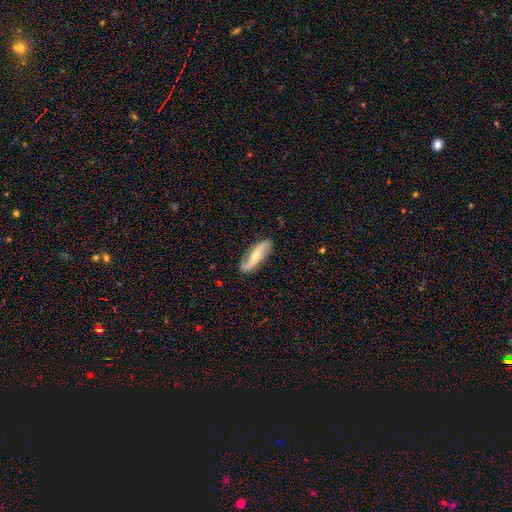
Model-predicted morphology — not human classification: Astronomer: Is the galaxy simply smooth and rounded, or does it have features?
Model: featured or disk — 76%.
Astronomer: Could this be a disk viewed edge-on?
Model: no — 90%.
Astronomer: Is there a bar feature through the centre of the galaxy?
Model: no — 43% (runner-up: weak, 35%).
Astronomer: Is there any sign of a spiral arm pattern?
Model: yes — 94%.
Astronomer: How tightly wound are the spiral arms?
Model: loose — 74%.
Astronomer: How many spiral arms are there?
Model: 2 — 91%.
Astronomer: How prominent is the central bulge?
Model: small — 50% (runner-up: moderate, 42%).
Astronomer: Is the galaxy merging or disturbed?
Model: none — 82%.